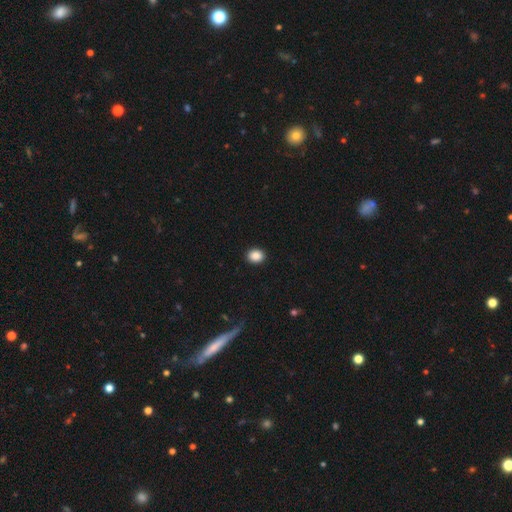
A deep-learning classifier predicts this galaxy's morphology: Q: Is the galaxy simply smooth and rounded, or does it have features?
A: smooth — 89%.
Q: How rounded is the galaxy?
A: round — 54%.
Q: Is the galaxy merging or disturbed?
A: none — 92%.